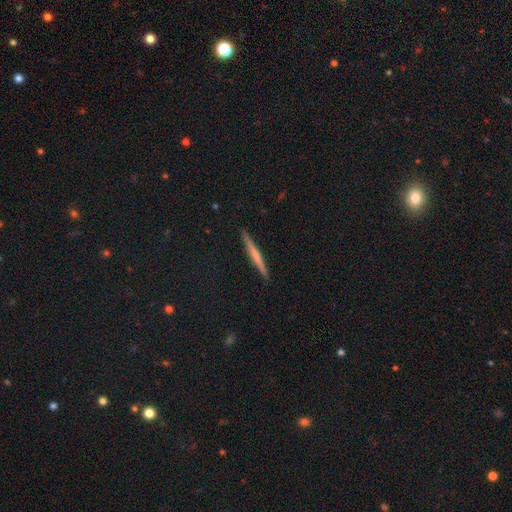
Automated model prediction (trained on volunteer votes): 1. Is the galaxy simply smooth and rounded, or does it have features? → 48% featured or disk, 44% smooth, 8% star or artifact.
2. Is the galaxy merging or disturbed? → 92% none, 6% minor disturbance, 1% major disturbance, 1% merger.